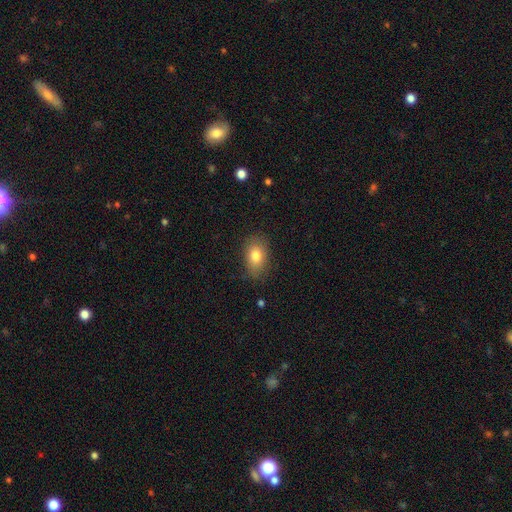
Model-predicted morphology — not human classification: Q: Smooth or featured?
A: smooth (81%); runner-up: featured or disk (11%)
Q: How rounded?
A: in between (84%); runner-up: round (14%)
Q: Merging?
A: none (81%); runner-up: minor disturbance (14%)